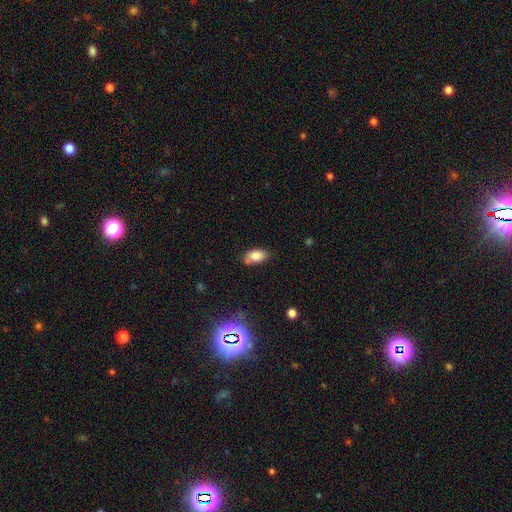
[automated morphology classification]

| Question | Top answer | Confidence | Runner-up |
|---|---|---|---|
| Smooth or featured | smooth | 82% | star or artifact (9%) |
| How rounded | in between | 91% | round (5%) |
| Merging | none | 66% | minor disturbance (23%) |